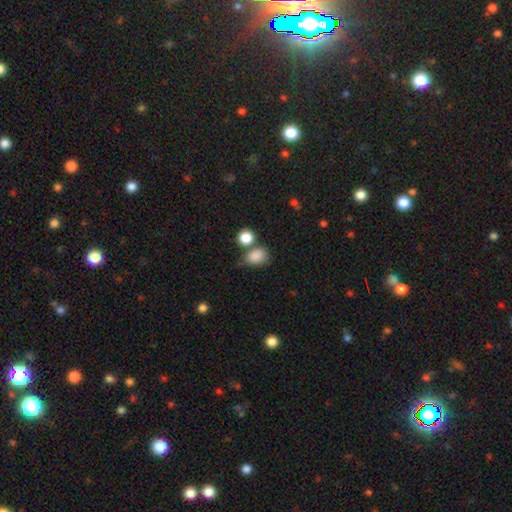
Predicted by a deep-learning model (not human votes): The model was most divided on "merging": none: 51%, merger: 24%, minor disturbance: 18%, major disturbance: 7%. More confident: smooth or featured — smooth (85%); how rounded — in between (67%).